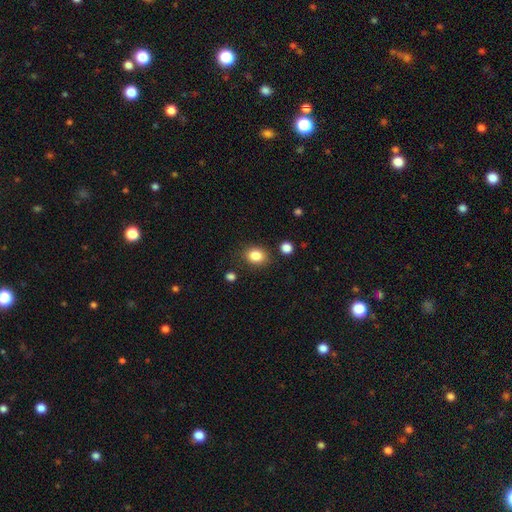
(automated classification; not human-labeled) The model was most divided on "how rounded": round: 51%, in between: 48%, cigar-shaped: 1%. More confident: smooth or featured — smooth (85%); merging — none (82%).